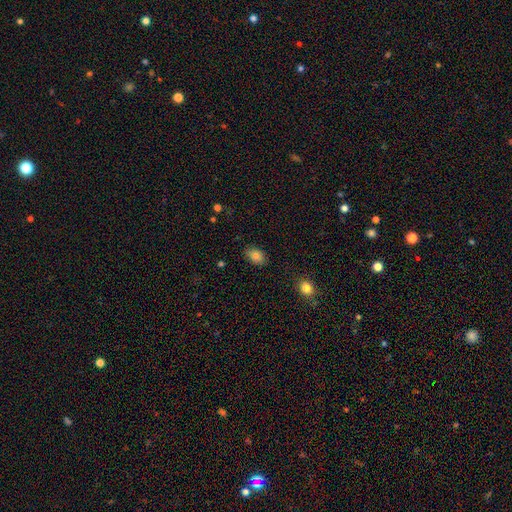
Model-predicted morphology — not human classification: type=smooth (84%); roundness=in between (84%); merging=none (85%).